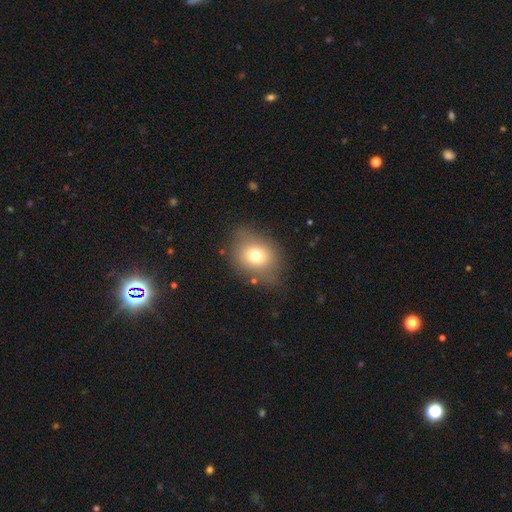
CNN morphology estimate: The model was most divided on "how rounded": in between: 50%, round: 48%, cigar-shaped: 1%. More confident: smooth or featured — smooth (72%); merging — none (71%).